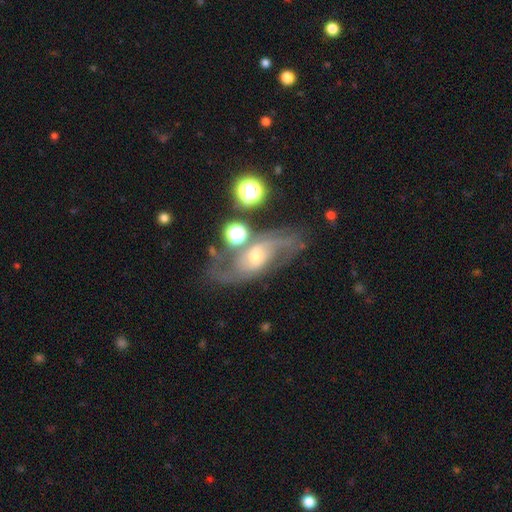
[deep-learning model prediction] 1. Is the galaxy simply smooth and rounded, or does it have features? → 79% featured or disk, 10% smooth, 10% star or artifact.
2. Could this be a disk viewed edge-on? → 92% no, 8% yes.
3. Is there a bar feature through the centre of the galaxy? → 54% no, 35% weak, 11% strong.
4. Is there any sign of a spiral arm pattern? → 93% yes, 7% no.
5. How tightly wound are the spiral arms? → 46% medium, 34% loose, 19% tight.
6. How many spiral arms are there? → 83% 2, 8% can't tell, 3% 3, 3% 1, 1% 4, 1% more than 4.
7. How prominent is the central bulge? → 51% moderate, 42% small, 4% large, 2% none, 1% dominant.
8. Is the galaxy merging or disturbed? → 64% none, 17% minor disturbance, 10% merger, 10% major disturbance.